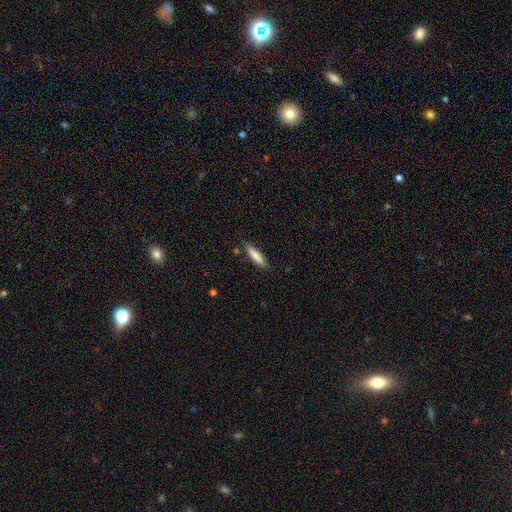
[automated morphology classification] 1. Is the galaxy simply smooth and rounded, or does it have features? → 82% smooth, 12% featured or disk, 6% star or artifact.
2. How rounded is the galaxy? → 74% cigar-shaped, 25% in between, 1% round.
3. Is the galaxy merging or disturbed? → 85% none, 11% minor disturbance, 2% major disturbance, 2% merger.